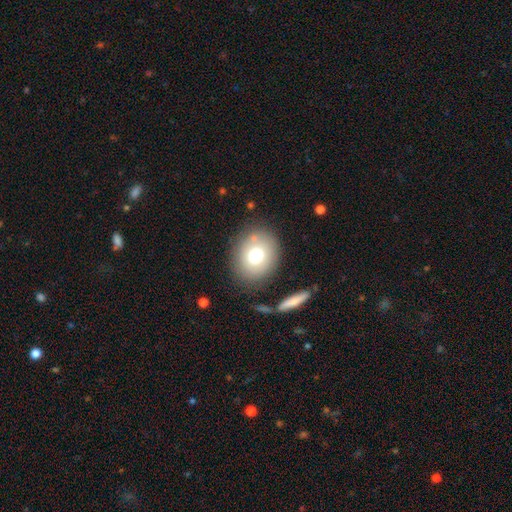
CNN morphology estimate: Smooth or featured? smooth (72%)
How rounded? round (69%)
Merging? none (80%)